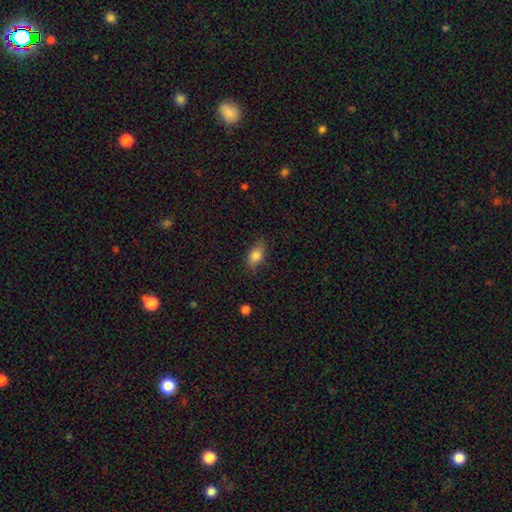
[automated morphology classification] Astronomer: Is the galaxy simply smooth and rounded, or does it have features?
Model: smooth — 81%.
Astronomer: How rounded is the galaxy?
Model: in between — 84%.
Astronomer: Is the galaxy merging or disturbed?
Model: none — 80%.